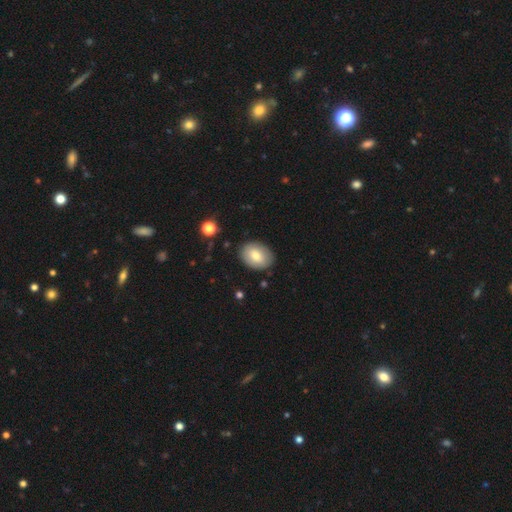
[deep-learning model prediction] This appears to be a smooth galaxy with no disk features (74%) that is in between round and cigar-shaped (75%). Merging: none (85%).